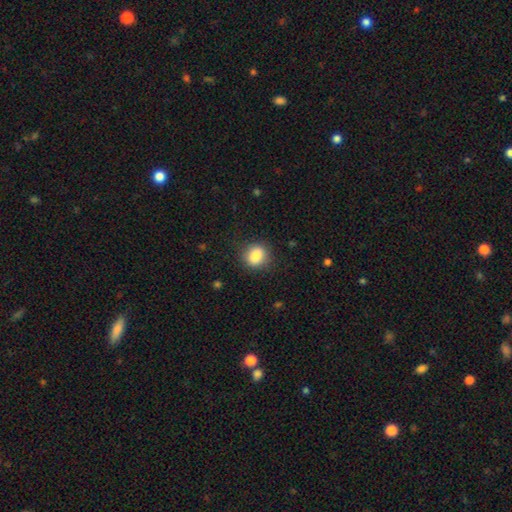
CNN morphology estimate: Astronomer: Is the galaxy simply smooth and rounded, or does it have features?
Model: smooth — 84%.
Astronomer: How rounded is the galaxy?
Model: round — 68%.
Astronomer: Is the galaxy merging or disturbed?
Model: none — 87%.